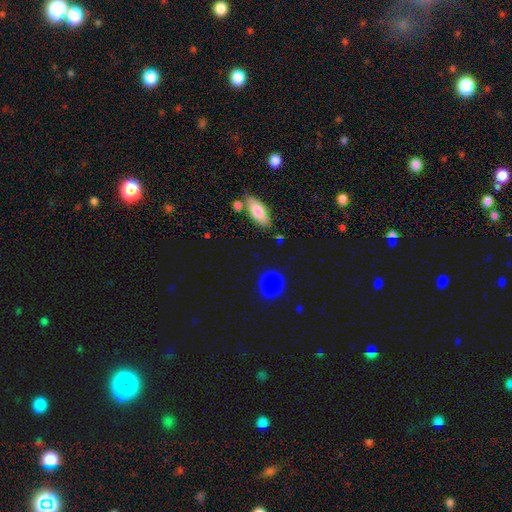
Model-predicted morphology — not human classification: This is clearly a smooth galaxy (82%). How rounded: possibly in between (55%). Merging: likely none (72%).